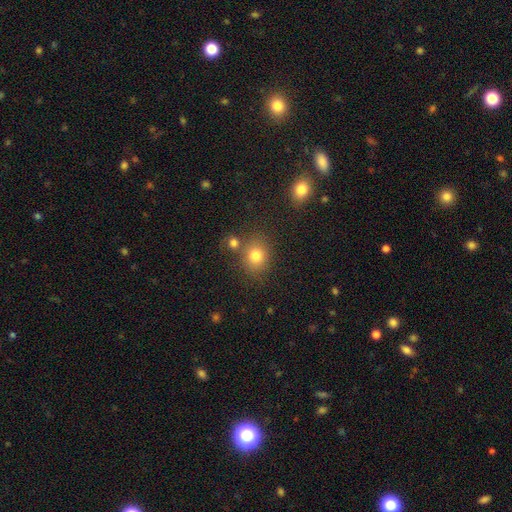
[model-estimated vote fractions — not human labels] smooth_or_featured: smooth (p=0.78) [alt: star or artifact p=0.13]
how_rounded: round (p=0.69) [alt: in between p=0.30]
merging: none (p=0.69) [alt: merger p=0.15]